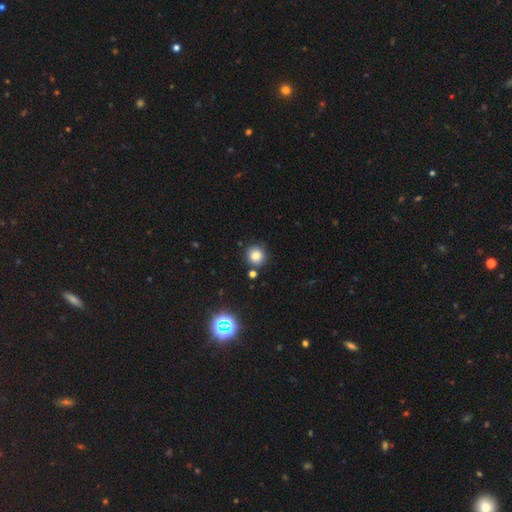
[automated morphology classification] smooth-or-featured: smooth: 81% | star or artifact: 13% | featured or disk: 6%
  how-rounded: round: 90% | in between: 9% | cigar-shaped: 1%
  merging: none: 83% | minor disturbance: 9% | merger: 6% | major disturbance: 3%